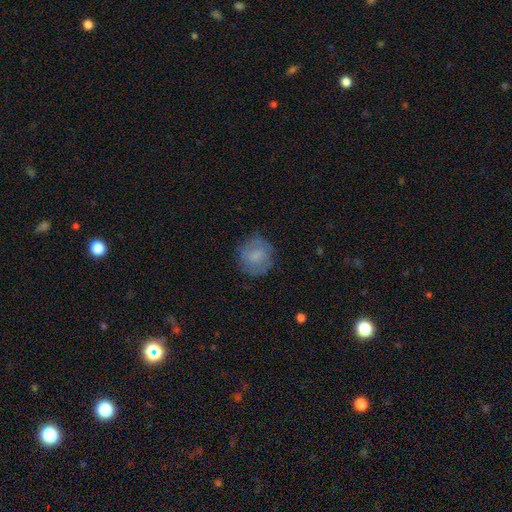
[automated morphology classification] type=smooth (65%); roundness=round (88%); merging=none (77%).